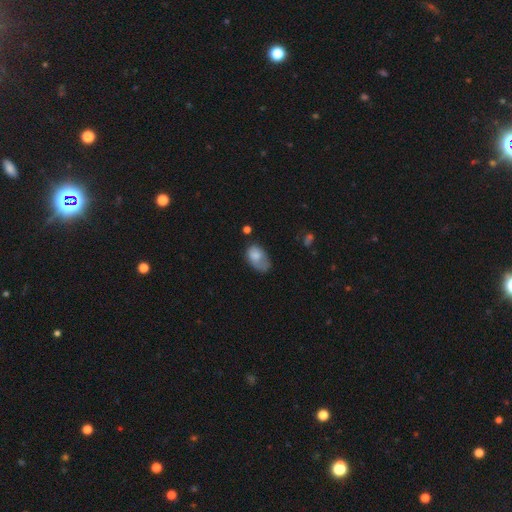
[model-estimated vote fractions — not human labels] Smooth or featured?
  - smooth: 73% *
  - featured or disk: 19%
  - star or artifact: 8%
How rounded?
  - in between: 90% *
  - round: 9%
  - cigar-shaped: 2%
Merging?
  - minor disturbance: 36% *
  - none: 32%
  - major disturbance: 27%
  - merger: 5%